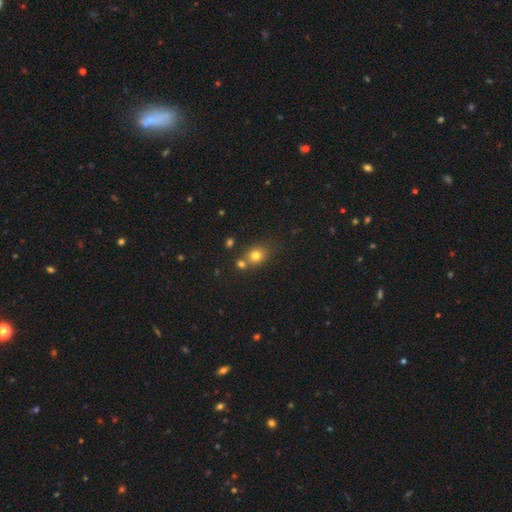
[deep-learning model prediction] Overall: smooth (77%). How rounded: round (71%). Merging: none (58%; merger 28%).